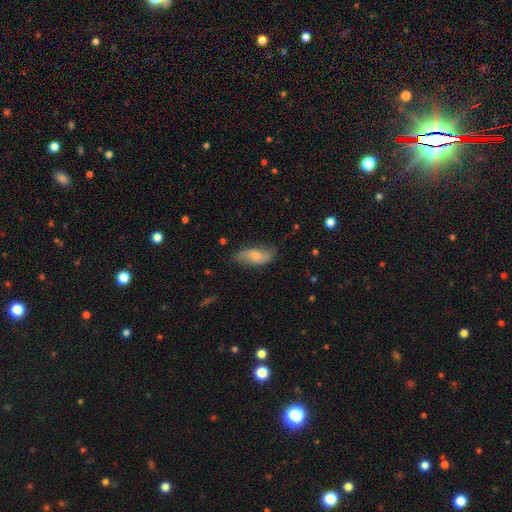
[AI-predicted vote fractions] Smooth or featured?
  - smooth: 56% *
  - featured or disk: 37%
  - star or artifact: 6%
How rounded?
  - in between: 86% *
  - cigar-shaped: 11%
  - round: 3%
Merging?
  - none: 65% *
  - minor disturbance: 28%
  - major disturbance: 6%
  - merger: 2%